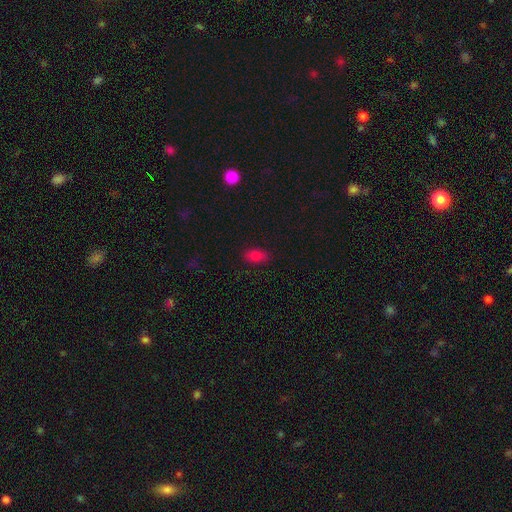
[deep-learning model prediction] Morphology: type=smooth (81%); roundness=in between (91%); merging=none (85%).